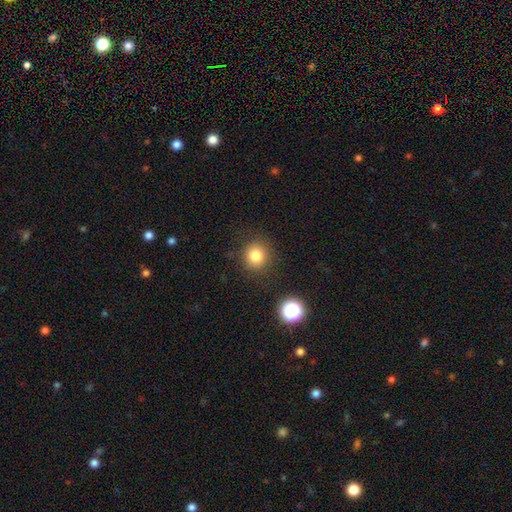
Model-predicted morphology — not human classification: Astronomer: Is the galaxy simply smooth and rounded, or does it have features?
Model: smooth — 81%.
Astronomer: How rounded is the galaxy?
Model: round — 91%.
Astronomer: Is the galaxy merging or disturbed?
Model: none — 87%.